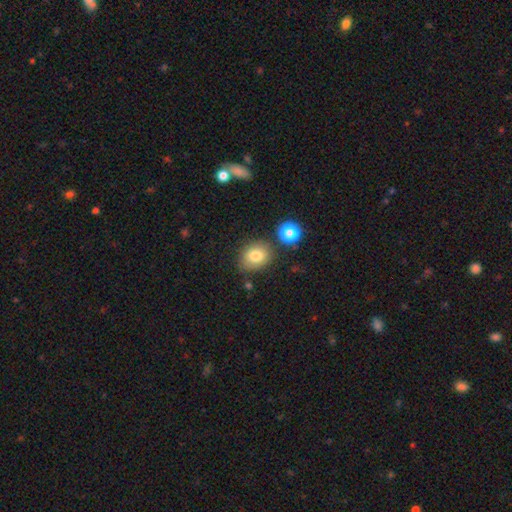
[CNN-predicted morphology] This is likely a smooth galaxy (80%). How rounded: possibly round (50%). Merging: likely none (77%).